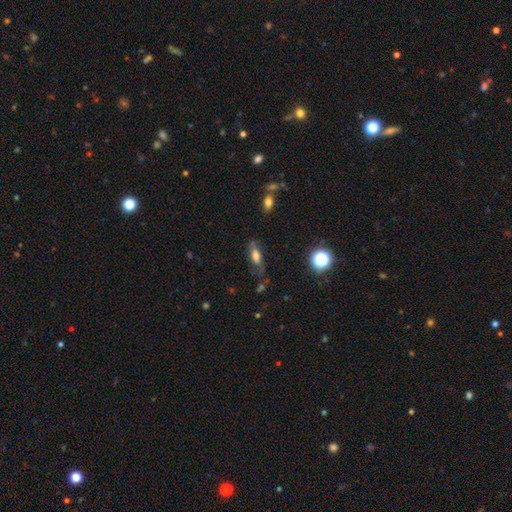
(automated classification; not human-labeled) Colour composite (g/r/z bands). It shows a smooth galaxy with no disk features (57%) that is in between round and cigar-shaped (77%). Merging: none (58%).